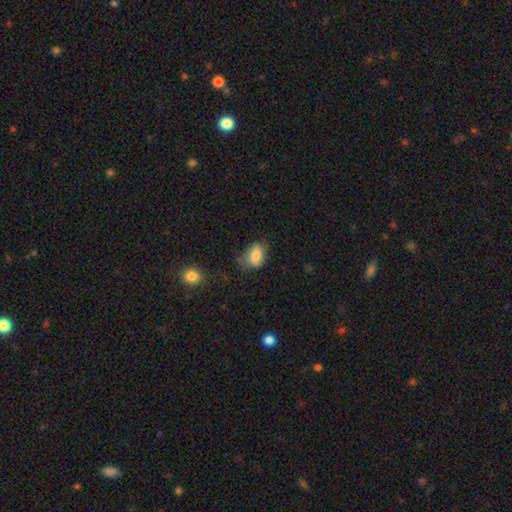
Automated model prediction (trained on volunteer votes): Smooth or featured? smooth (76%)
How rounded? in between (85%)
Merging? none (56%)